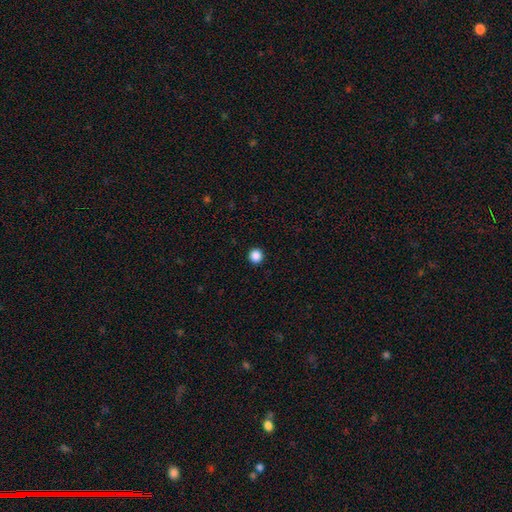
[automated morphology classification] This is clearly a smooth galaxy (87%). How rounded: clearly round (95%). Merging: clearly none (94%).